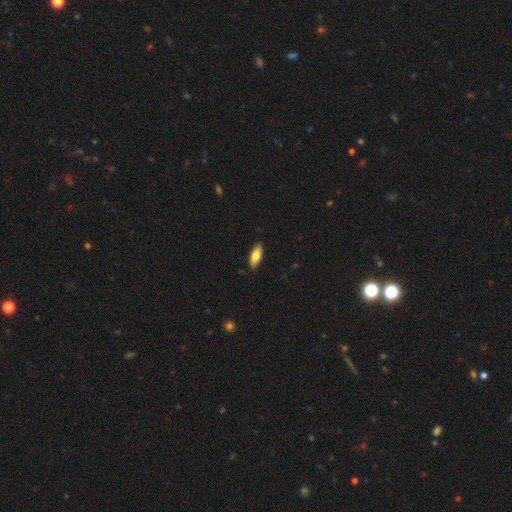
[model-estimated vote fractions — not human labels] This is likely a smooth galaxy (75%). How rounded: likely in between (72%). Merging: clearly none (88%).